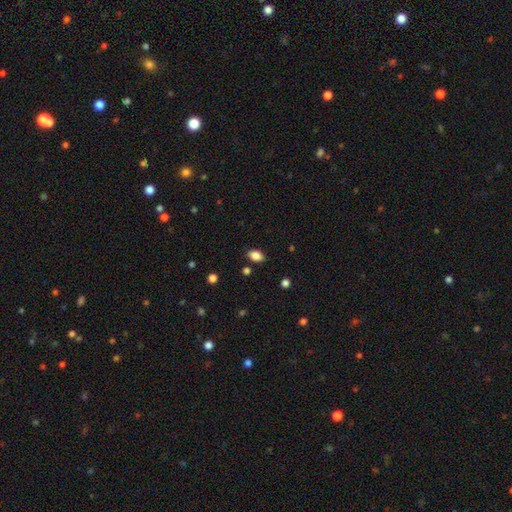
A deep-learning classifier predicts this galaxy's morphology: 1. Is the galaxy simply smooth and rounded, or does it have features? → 84% smooth, 9% star or artifact, 6% featured or disk.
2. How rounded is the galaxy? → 88% in between, 11% round, 2% cigar-shaped.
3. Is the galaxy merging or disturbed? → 85% none, 10% minor disturbance, 2% major disturbance, 2% merger.